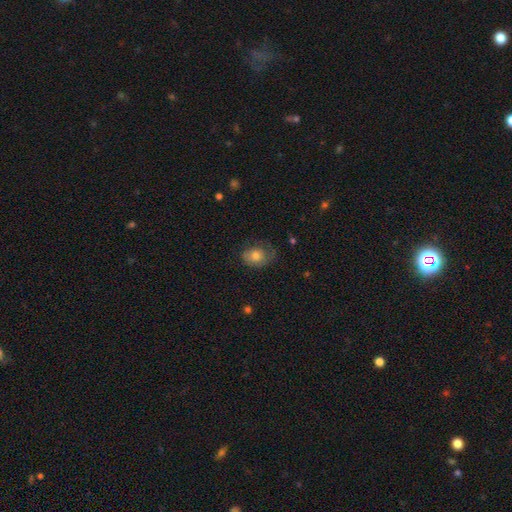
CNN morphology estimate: type=smooth (58%); roundness=in between (59%); merging=none (52%).